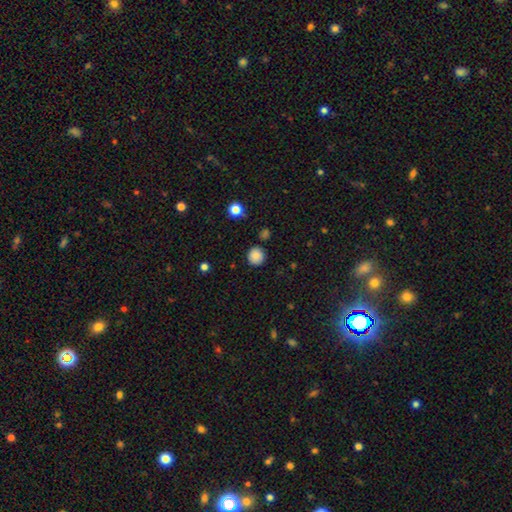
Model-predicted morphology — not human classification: Overall: smooth (85%). How rounded: round (93%). Merging: none (87%).